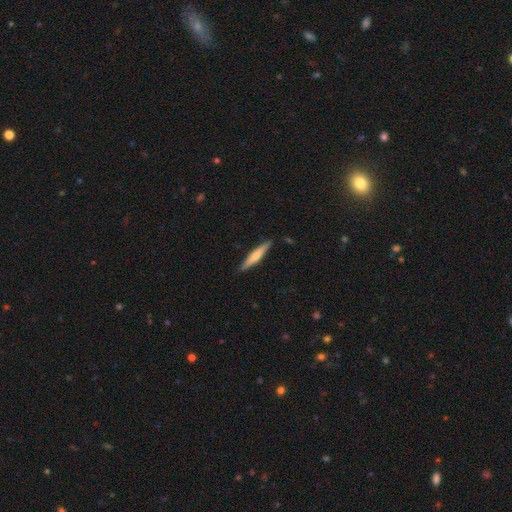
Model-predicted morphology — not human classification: Smooth or featured? Predicted: smooth (p=0.52). How rounded? Predicted: cigar-shaped (p=0.91). Merging? Predicted: none (p=0.89).